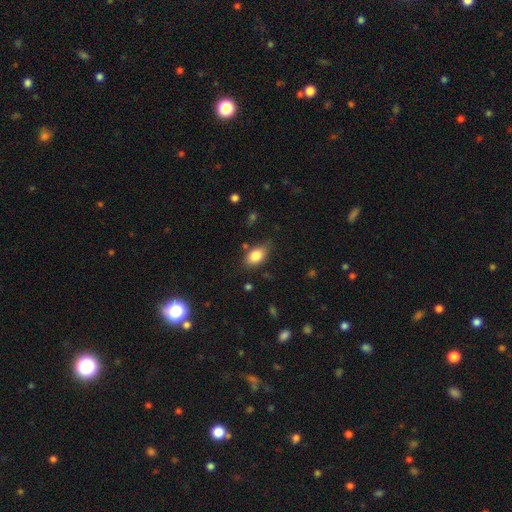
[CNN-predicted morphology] Smooth or featured?
  - smooth: 84% *
  - featured or disk: 9%
  - star or artifact: 8%
How rounded?
  - in between: 87% *
  - round: 10%
  - cigar-shaped: 2%
Merging?
  - none: 76% *
  - minor disturbance: 17%
  - major disturbance: 4%
  - merger: 3%